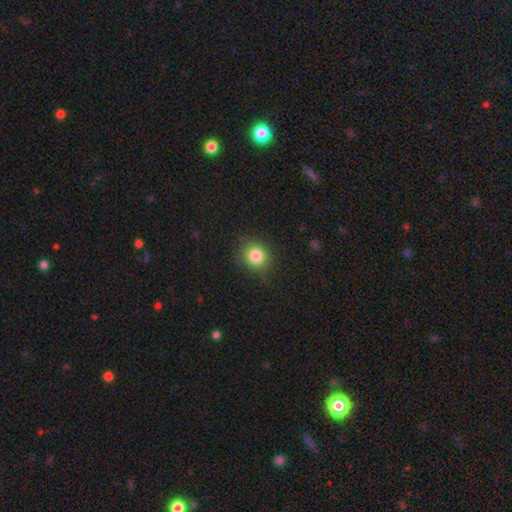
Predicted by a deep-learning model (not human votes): Smooth or featured: smooth — 84% (star or artifact — 11%)
How rounded: round — 82% (in between — 17%)
Merging: none — 84% (minor disturbance — 12%)